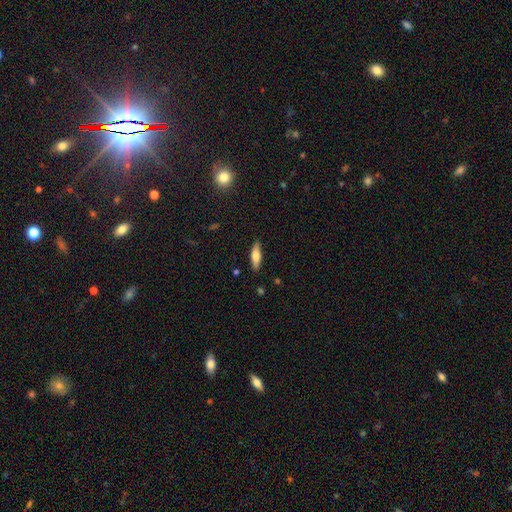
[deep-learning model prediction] This is possibly a smooth galaxy (60%). How rounded: possibly cigar-shaped (54%). Merging: clearly none (87%).